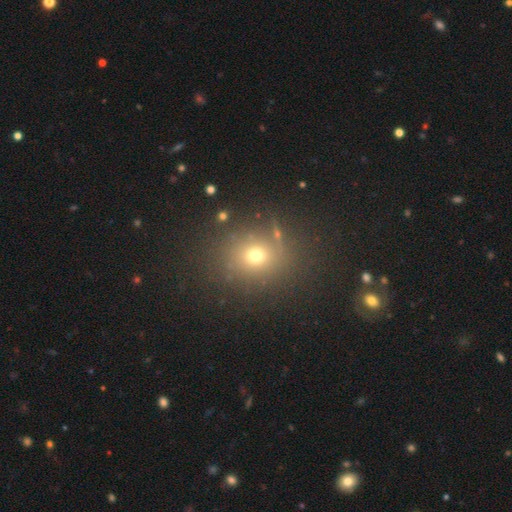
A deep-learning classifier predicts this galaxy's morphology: smooth_or_featured: smooth (p=0.67) [alt: star or artifact p=0.22]
how_rounded: round (p=0.71) [alt: in between p=0.28]
merging: none (p=0.81) [alt: minor disturbance p=0.10]